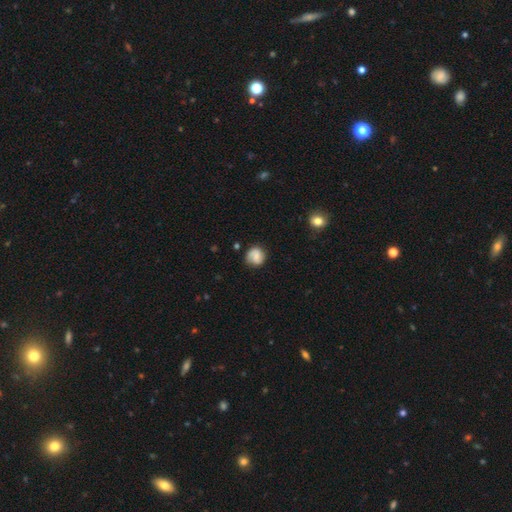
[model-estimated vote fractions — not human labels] Smooth or featured: smooth — 57% (featured or disk — 34%)
How rounded: round — 83% (in between — 16%)
Merging: none — 71% (minor disturbance — 21%)